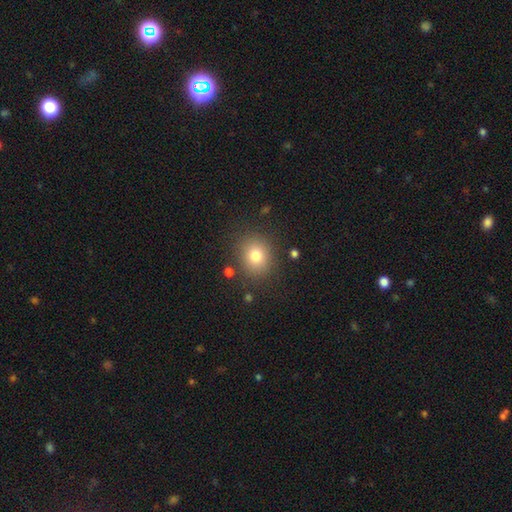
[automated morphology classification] Smooth or featured? Predicted: smooth (p=0.79). How rounded? Predicted: round (p=0.73). Merging? Predicted: none (p=0.85).